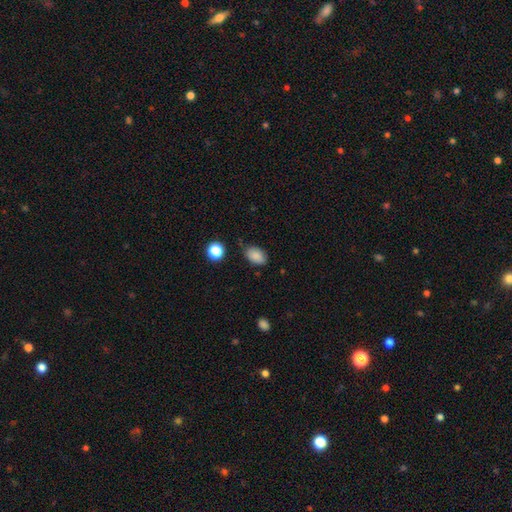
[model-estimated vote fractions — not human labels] This appears to be a smooth galaxy with no disk features (86%) that is in between round and cigar-shaped (86%). Merging: none (71%).